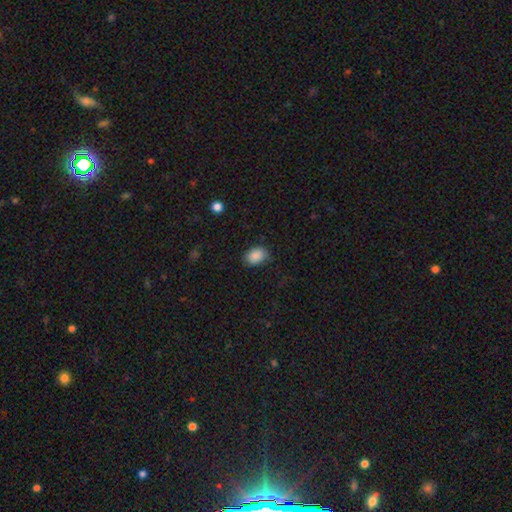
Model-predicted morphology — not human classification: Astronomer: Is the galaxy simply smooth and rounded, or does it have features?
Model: smooth — 88%.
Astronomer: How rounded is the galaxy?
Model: in between — 77%.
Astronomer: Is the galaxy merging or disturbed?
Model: none — 80%.